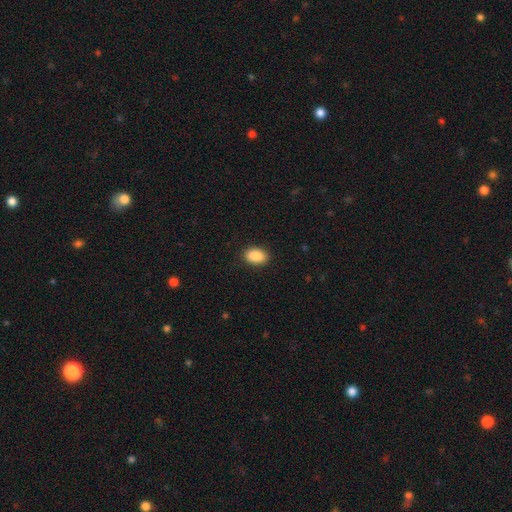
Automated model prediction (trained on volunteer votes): Smooth or featured: smooth — 89% (star or artifact — 7%)
How rounded: in between — 84% (round — 14%)
Merging: none — 90% (minor disturbance — 7%)